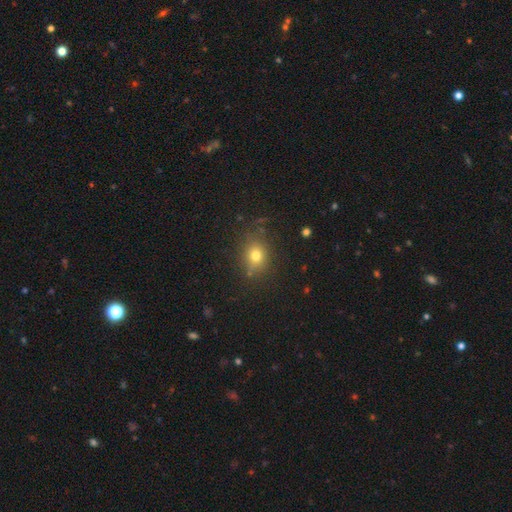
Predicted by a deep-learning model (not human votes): The model was most divided on "how rounded": round: 66%, in between: 33%, cigar-shaped: 1%. More confident: merging — none (79%); smooth or featured — smooth (74%).